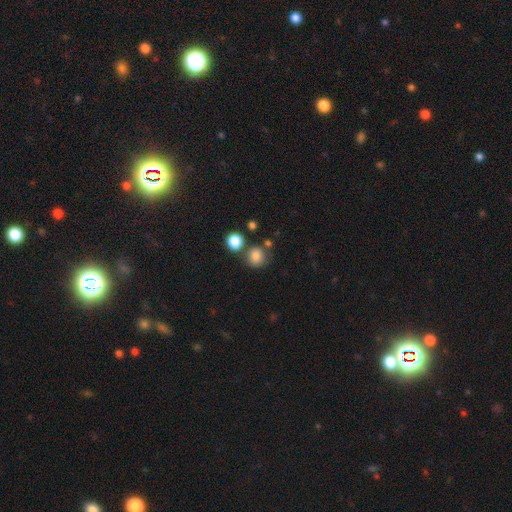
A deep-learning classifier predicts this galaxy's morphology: Smooth or featured: smooth — 82% (star or artifact — 12%)
How rounded: round — 84% (in between — 15%)
Merging: none — 71% (merger — 13%)